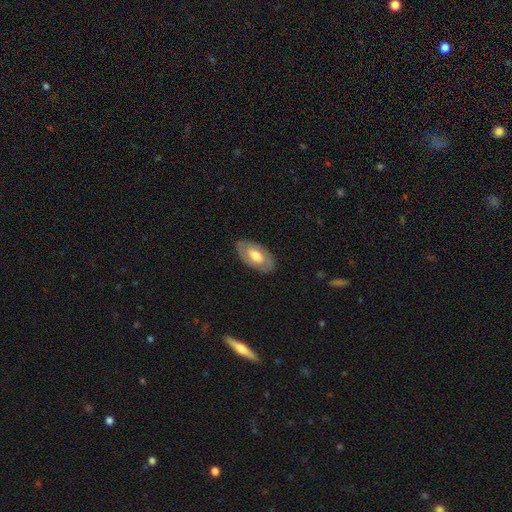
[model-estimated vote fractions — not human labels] This is possibly a featured or disk galaxy (52%). It is clearly not viewed edge-on (89%). Merging: clearly none (83%).